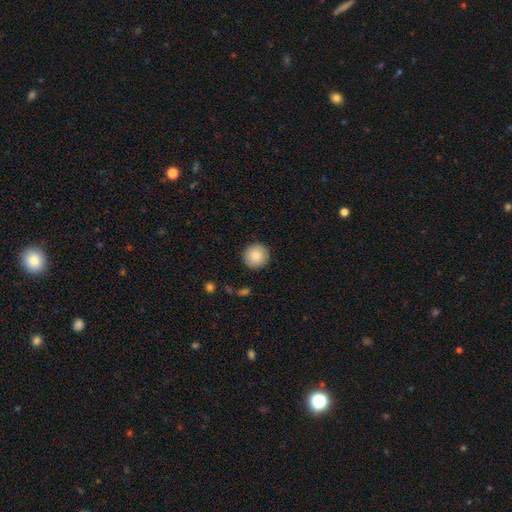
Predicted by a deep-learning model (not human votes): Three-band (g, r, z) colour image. It shows a smooth galaxy with no disk features (87%) that is round (95%). Merging: none (91%).